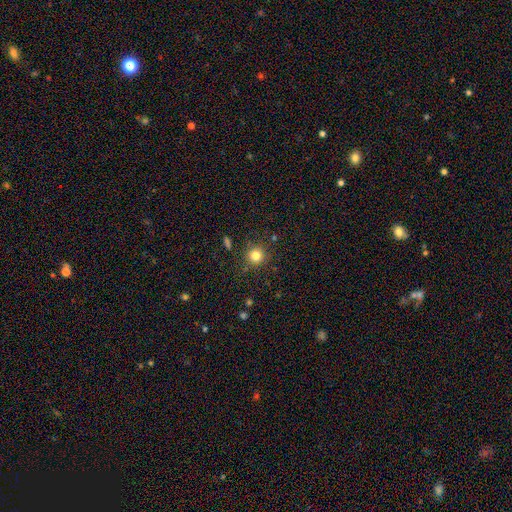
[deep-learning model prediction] Smooth or featured: smooth — 81% (star or artifact — 13%)
How rounded: round — 94% (in between — 5%)
Merging: none — 86% (minor disturbance — 8%)